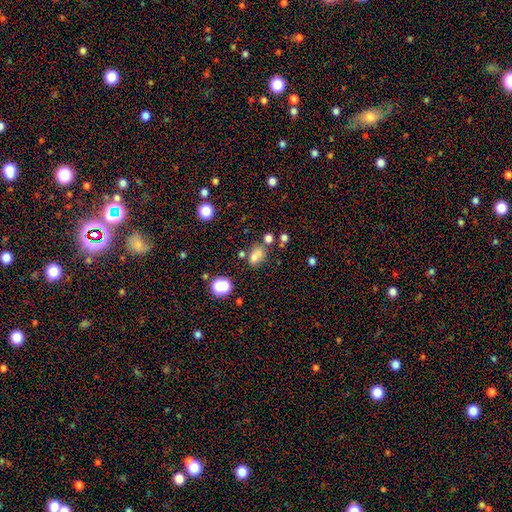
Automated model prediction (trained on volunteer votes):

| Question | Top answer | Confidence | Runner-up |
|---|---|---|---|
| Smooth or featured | smooth | 73% | star or artifact (18%) |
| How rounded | in between | 75% | round (23%) |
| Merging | none | 56% | minor disturbance (19%) |